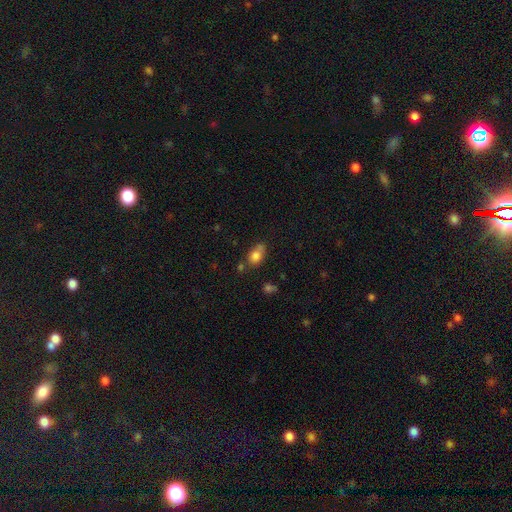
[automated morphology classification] Smooth or featured: smooth — 80% (featured or disk — 10%)
How rounded: in between — 77% (round — 20%)
Merging: none — 51% (minor disturbance — 27%)